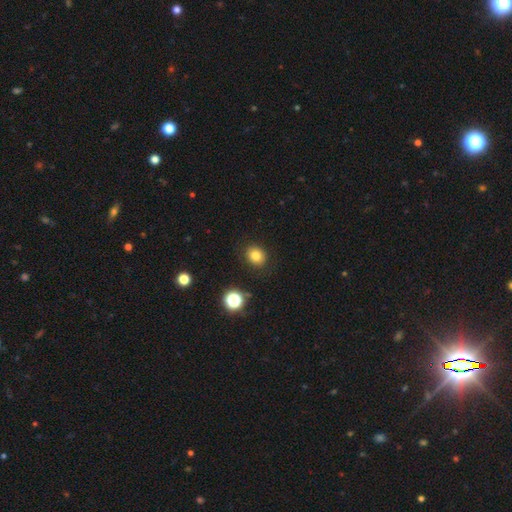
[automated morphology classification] type=smooth (81%); roundness=round (71%); merging=none (89%).